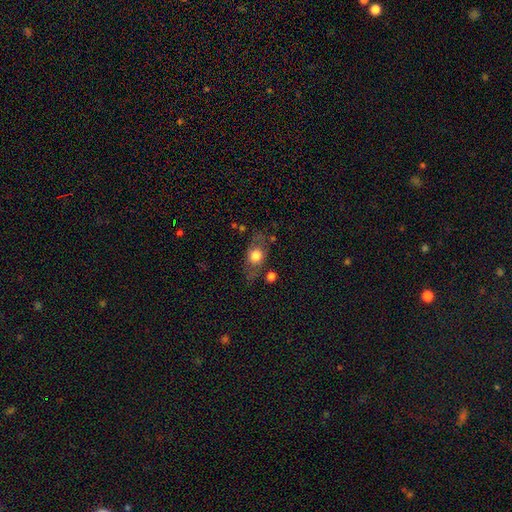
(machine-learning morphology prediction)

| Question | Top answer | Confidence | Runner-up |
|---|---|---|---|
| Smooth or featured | smooth | 61% | featured or disk (31%) |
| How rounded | in between | 60% | round (32%) |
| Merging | none | 67% | minor disturbance (18%) |